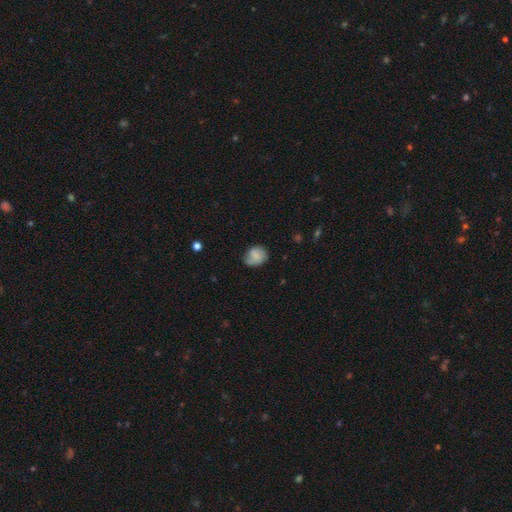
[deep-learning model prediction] Smooth or featured: smooth — 64% (featured or disk — 28%)
How rounded: round — 63% (in between — 36%)
Merging: none — 61% (minor disturbance — 27%)